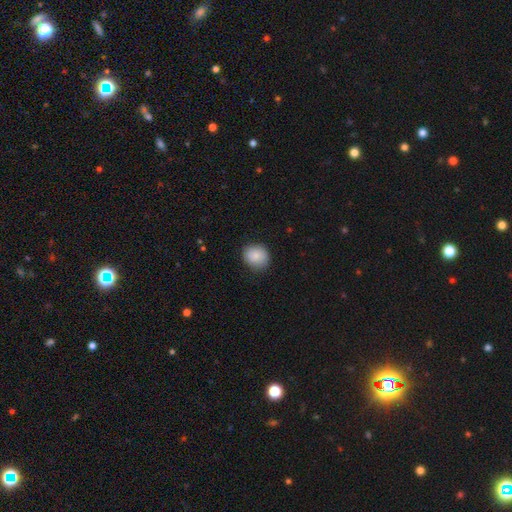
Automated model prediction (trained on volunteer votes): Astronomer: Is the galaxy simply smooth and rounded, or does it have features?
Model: smooth — 84%.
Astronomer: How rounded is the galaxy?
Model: round — 76%.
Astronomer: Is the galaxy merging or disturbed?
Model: none — 82%.